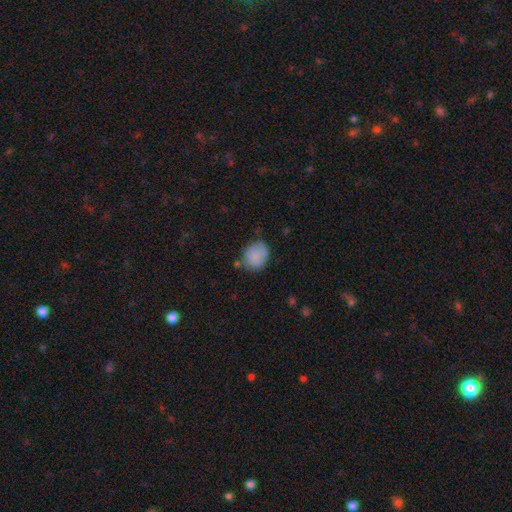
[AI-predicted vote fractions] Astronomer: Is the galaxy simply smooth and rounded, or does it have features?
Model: smooth — 76%.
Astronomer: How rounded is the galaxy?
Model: round — 59% (runner-up: in between, 40%).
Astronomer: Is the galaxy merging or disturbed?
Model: none — 60%.